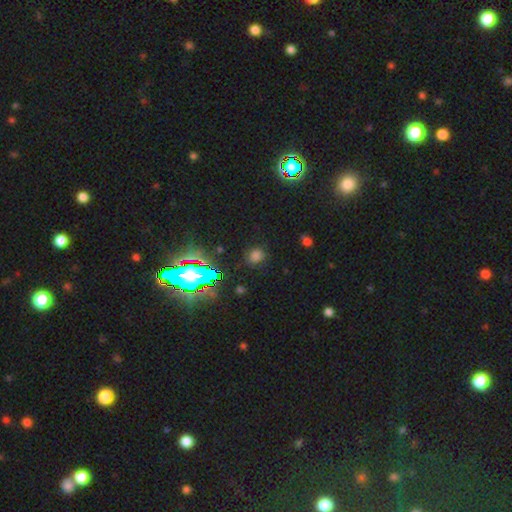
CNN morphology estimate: A smooth galaxy with no disk features (59%) that is round (76%). Merging: none (82%).